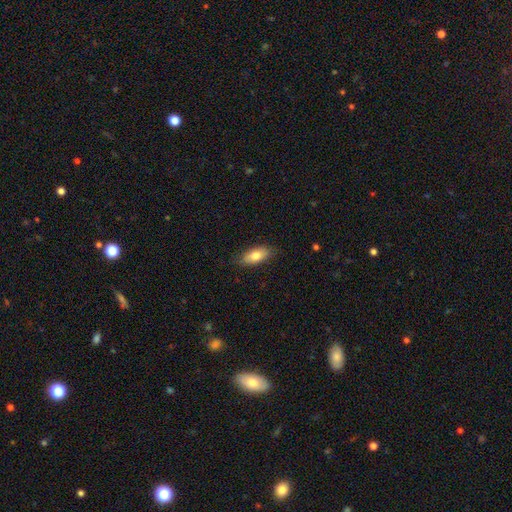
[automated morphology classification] smooth_or_featured: smooth (p=0.77) [alt: featured or disk p=0.17]
how_rounded: in between (p=0.83) [alt: cigar-shaped p=0.14]
merging: none (p=0.84) [alt: minor disturbance p=0.13]